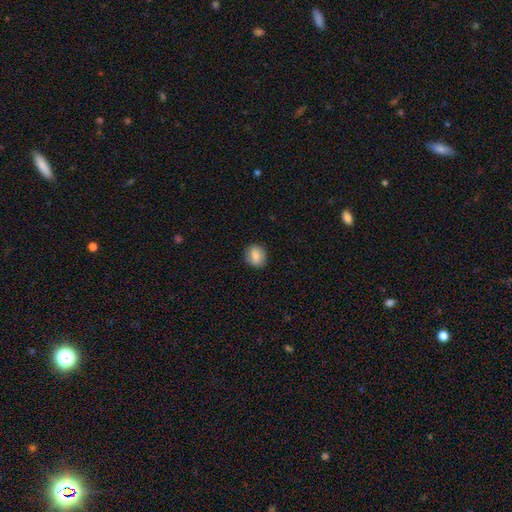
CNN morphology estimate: This is likely a smooth galaxy (79%). How rounded: likely round (67%). Merging: clearly none (86%).